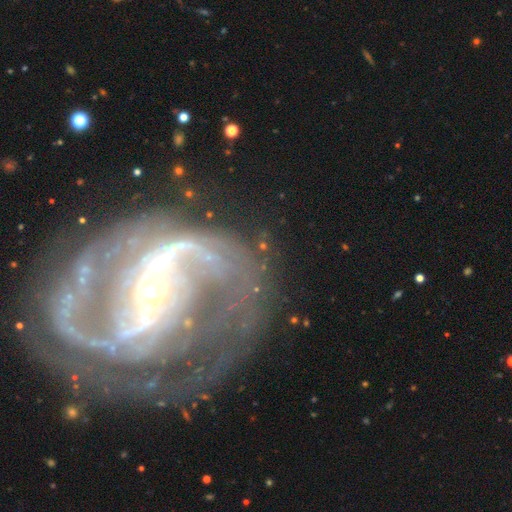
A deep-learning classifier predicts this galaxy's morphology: Smooth or featured? featured or disk (92%)
Edge-on disk? no (98%)
Bar? strong (52%)
Spiral arms? yes (98%)
Spiral winding? medium (50%)
Spiral arm count? 2 (87%)
Bulge size? small (76%)
Merging? none (65%)